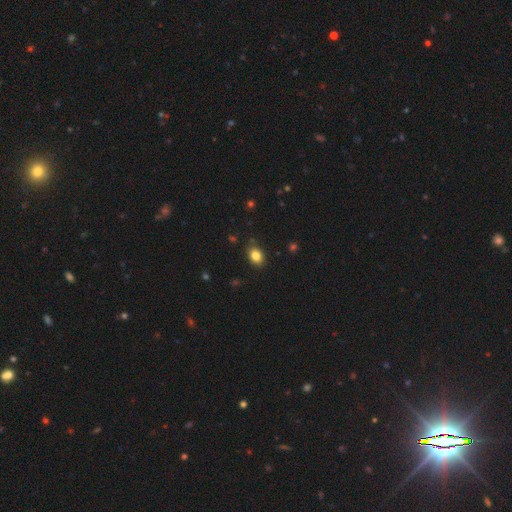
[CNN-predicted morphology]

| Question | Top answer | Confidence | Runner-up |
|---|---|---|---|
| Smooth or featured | smooth | 83% | star or artifact (10%) |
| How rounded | in between | 69% | round (30%) |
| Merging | none | 83% | minor disturbance (13%) |